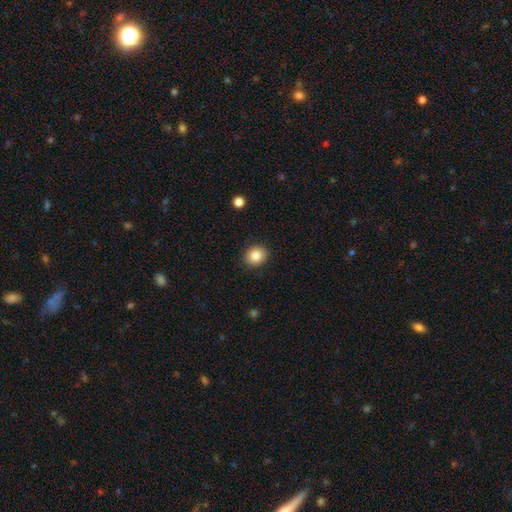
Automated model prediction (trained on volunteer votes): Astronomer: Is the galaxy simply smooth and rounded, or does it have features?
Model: smooth — 84%.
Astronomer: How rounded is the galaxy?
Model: round — 74%.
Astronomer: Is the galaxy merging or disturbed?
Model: none — 90%.